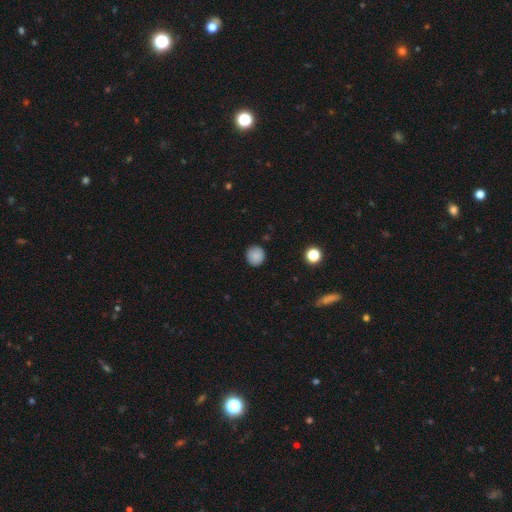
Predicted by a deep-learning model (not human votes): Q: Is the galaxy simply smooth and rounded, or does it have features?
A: smooth — 86%.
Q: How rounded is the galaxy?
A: round — 91%.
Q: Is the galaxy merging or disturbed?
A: none — 89%.